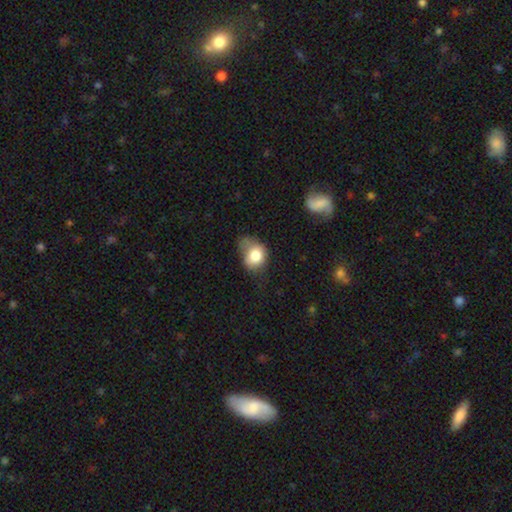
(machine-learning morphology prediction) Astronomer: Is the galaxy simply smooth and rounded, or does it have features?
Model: smooth — 78%.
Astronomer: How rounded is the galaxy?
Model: round — 50% (runner-up: in between, 49%).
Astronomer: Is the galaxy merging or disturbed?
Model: minor disturbance — 38% (runner-up: none, 28%).